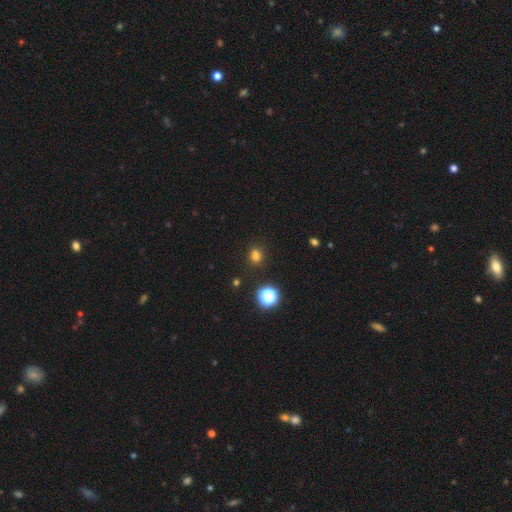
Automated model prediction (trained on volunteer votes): Smooth or featured? Predicted: smooth (p=0.76). How rounded? Predicted: round (p=0.67). Merging? Predicted: none (p=0.81).